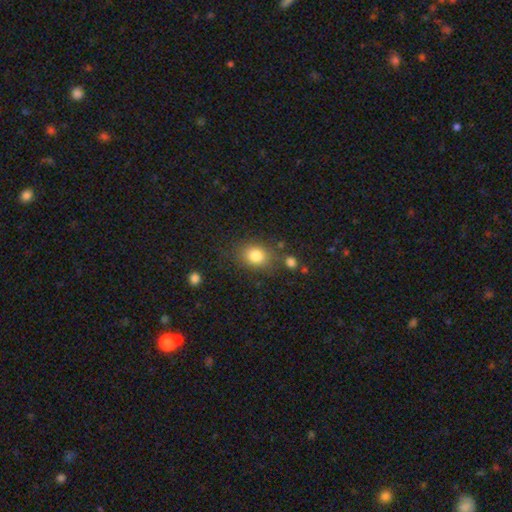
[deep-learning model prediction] smooth_or_featured: smooth (p=0.83) [alt: star or artifact p=0.10]
how_rounded: in between (p=0.50) [alt: round p=0.49]
merging: none (p=0.74) [alt: minor disturbance p=0.15]